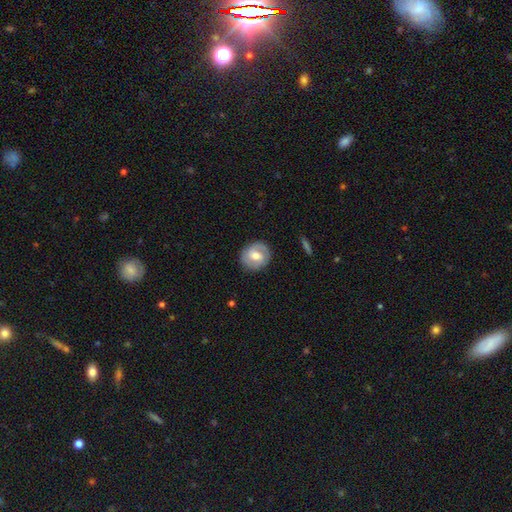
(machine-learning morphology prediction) Smooth or featured? featured or disk (57%)
Edge-on disk? no (97%)
Bar? weak (47%)
Spiral arms? yes (75%)
Bulge size? moderate (72%)
Merging? none (86%)